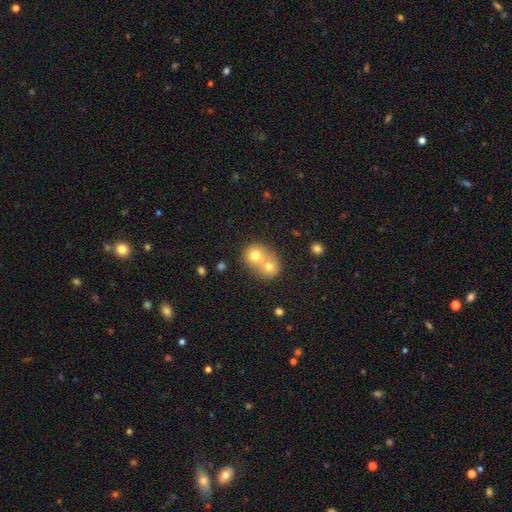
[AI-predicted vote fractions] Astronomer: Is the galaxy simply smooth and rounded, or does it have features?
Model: smooth — 70%.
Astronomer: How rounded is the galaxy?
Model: round — 71%.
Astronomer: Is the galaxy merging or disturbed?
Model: merger — 72%.